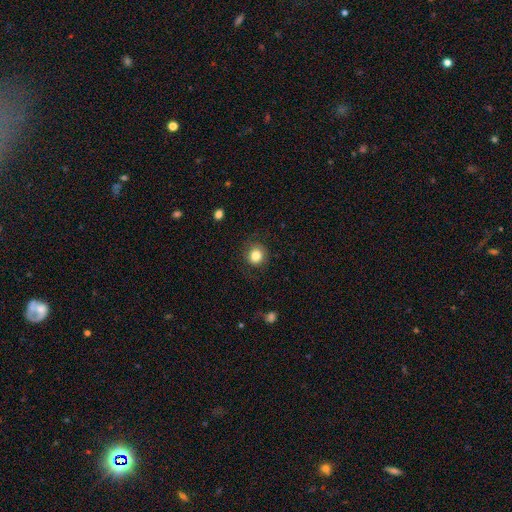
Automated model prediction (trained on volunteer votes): Q: Smooth or featured?
A: smooth (83%); runner-up: star or artifact (11%)
Q: How rounded?
A: round (89%); runner-up: in between (10%)
Q: Merging?
A: none (85%); runner-up: minor disturbance (10%)